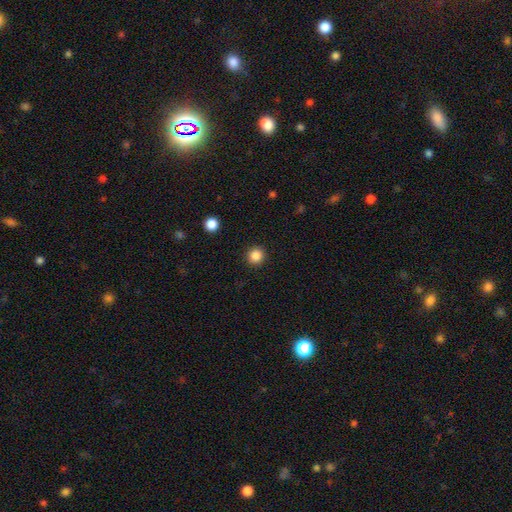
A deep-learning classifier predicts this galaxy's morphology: This appears to be a smooth galaxy with no disk features (86%) that is round (95%). Merging: none (92%).